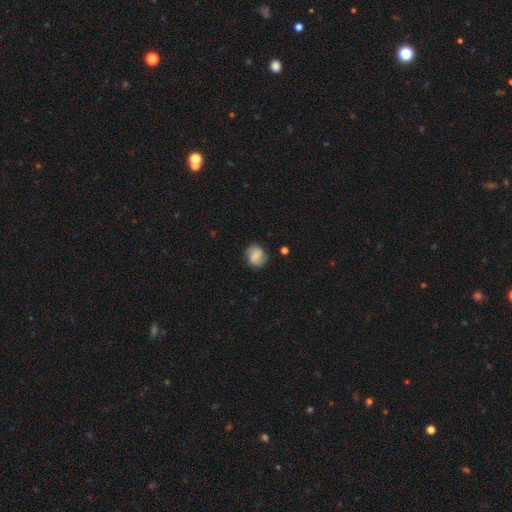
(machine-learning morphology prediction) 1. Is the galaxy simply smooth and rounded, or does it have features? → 53% smooth, 38% featured or disk, 9% star or artifact.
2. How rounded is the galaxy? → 76% round, 23% in between, 1% cigar-shaped.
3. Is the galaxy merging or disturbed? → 77% none, 15% minor disturbance, 5% major disturbance, 2% merger.